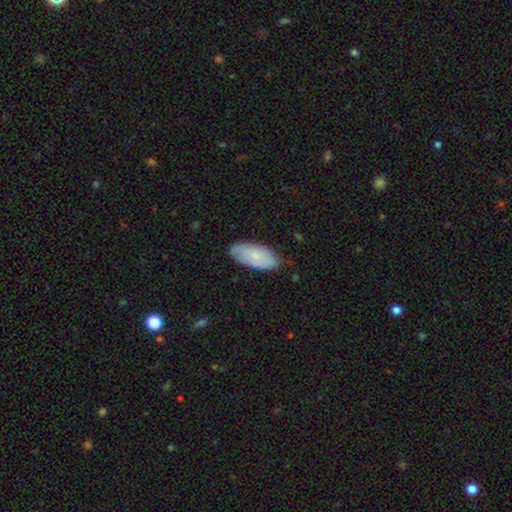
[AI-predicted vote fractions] Morphology: type=smooth (70%); roundness=in between (90%); merging=none (80%).